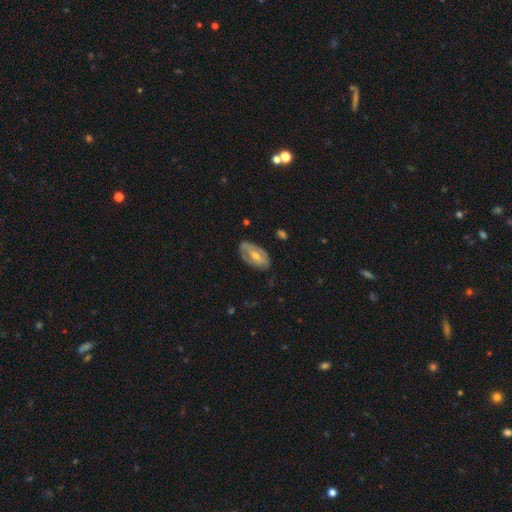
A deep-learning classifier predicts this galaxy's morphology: Smooth or featured? featured or disk (59%)
Edge-on disk? no (90%)
Bar? no (41%)
Spiral arms? no (53%)
Bulge size? moderate (61%)
Merging? none (73%)